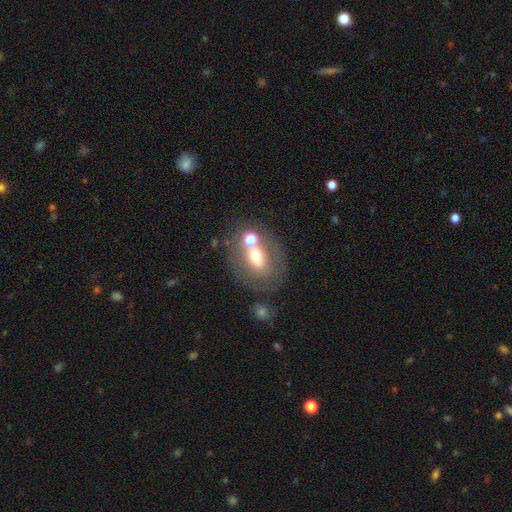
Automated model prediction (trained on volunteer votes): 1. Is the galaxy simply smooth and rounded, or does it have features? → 56% smooth, 31% featured or disk, 13% star or artifact.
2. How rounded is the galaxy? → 54% in between, 45% round, 1% cigar-shaped.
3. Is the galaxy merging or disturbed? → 53% none, 25% merger, 14% minor disturbance, 8% major disturbance.